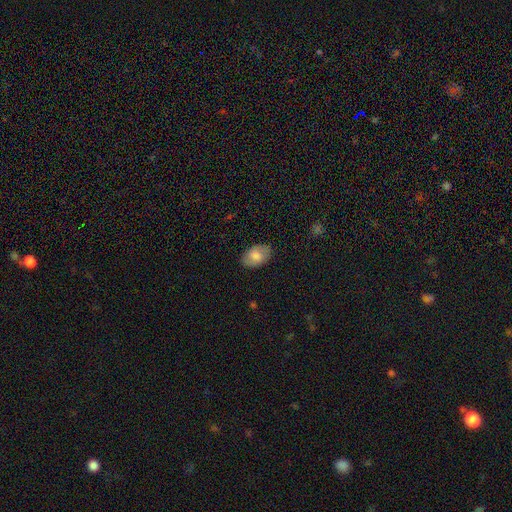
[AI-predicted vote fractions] This is likely a smooth galaxy (77%). How rounded: clearly in between (91%). Merging: clearly none (84%).